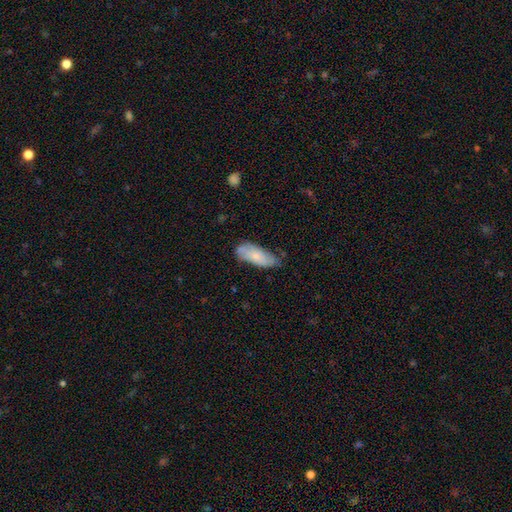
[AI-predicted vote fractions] smooth-or-featured: smooth: 64% | featured or disk: 29% | star or artifact: 7%
  how-rounded: in between: 79% | cigar-shaped: 19% | round: 2%
  merging: none: 56% | minor disturbance: 32% | major disturbance: 8% | merger: 4%